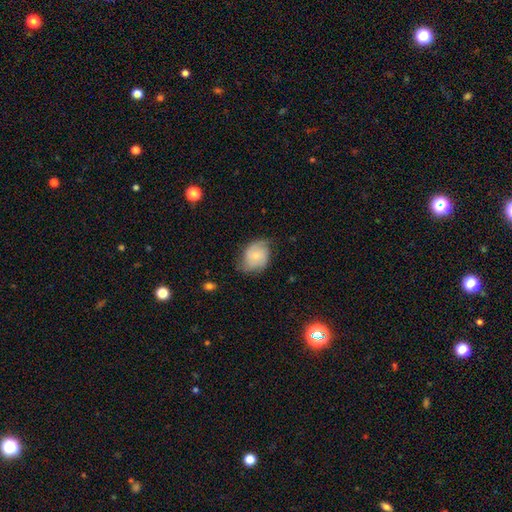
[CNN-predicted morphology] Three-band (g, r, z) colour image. It shows a featured or disk galaxy (50%). Merging: none (59%).